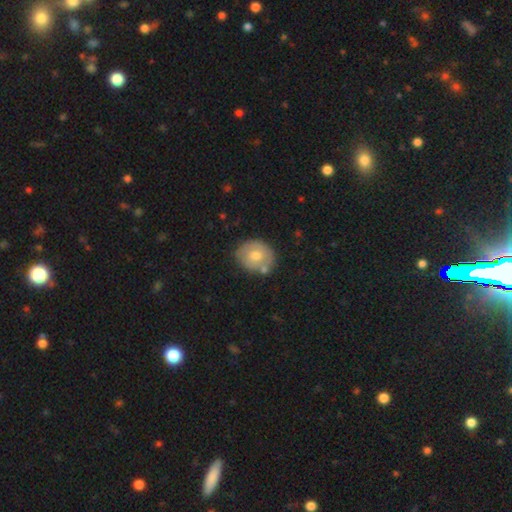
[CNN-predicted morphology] Overall: smooth (61%; featured or disk 31%). How rounded: round (70%). Merging: none (71%).